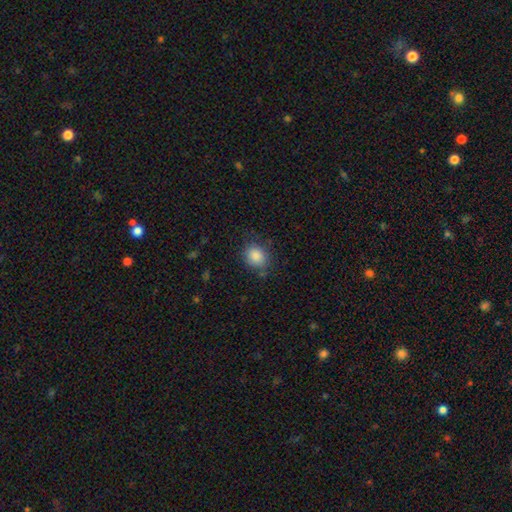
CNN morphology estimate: smooth_or_featured: smooth (p=0.86) [alt: star or artifact p=0.09]
how_rounded: round (p=0.59) [alt: in between p=0.40]
merging: none (p=0.78) [alt: minor disturbance p=0.15]